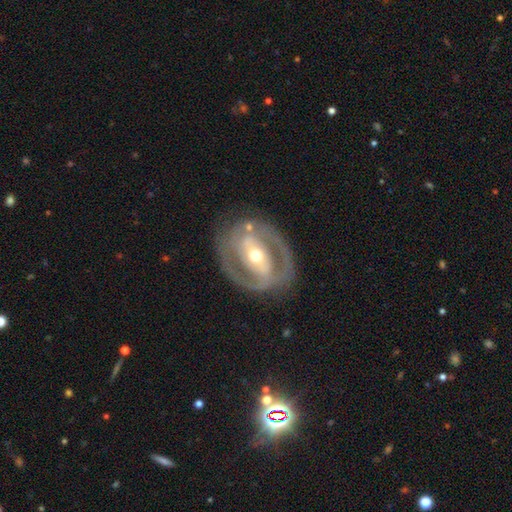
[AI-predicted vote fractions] This is clearly a featured or disk galaxy (82%). It is clearly not viewed edge-on (96%). Bar: marginally strong (41%). Spiral arm pattern: likely yes (69%). Spiral arm count: likely 2 (77%). Spiral winding: possibly tight (48%). Central bulge: likely moderate (72%). Merging: likely none (75%).